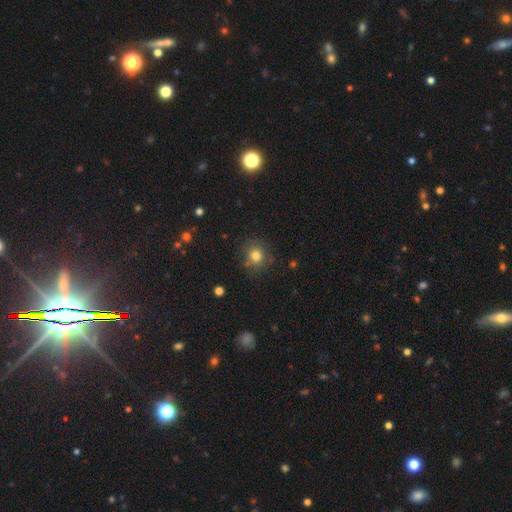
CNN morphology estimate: Smooth or featured: smooth — 78% (star or artifact — 13%)
How rounded: round — 86% (in between — 13%)
Merging: none — 80% (minor disturbance — 13%)